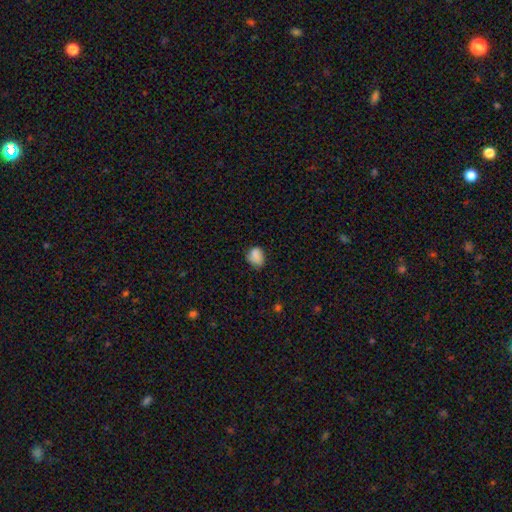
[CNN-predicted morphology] This is clearly a smooth galaxy (82%). How rounded: possibly in between (57%). Merging: likely none (61%).